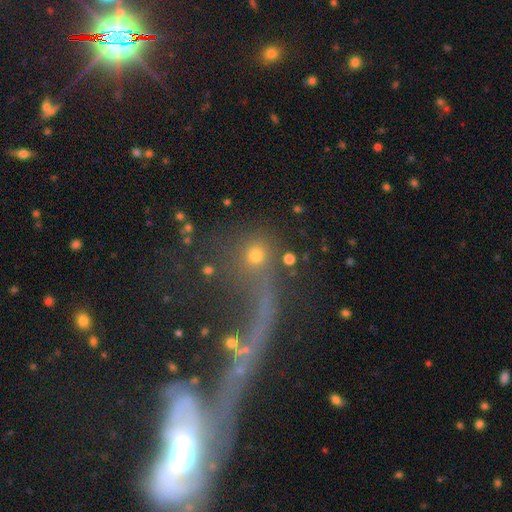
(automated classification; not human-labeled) Smooth or featured? Predicted: smooth (p=0.57). How rounded? Predicted: round (p=0.79). Merging? Predicted: none (p=0.43).